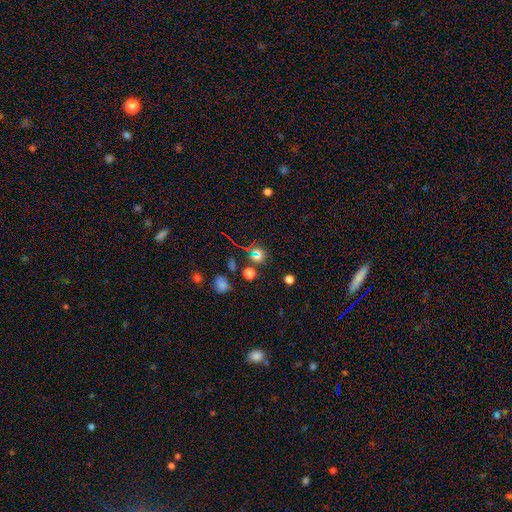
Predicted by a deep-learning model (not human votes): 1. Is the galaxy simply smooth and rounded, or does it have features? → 47% star or artifact, 44% smooth, 9% featured or disk.